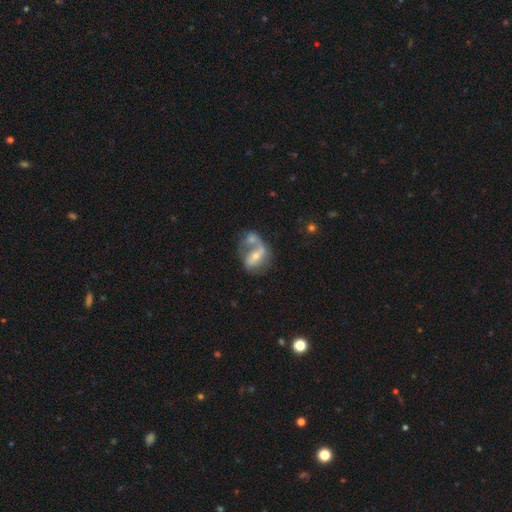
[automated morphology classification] Q: Smooth or featured?
A: featured or disk (64%); runner-up: smooth (27%)
Q: Edge-on disk?
A: no (95%); runner-up: yes (5%)
Q: Bar?
A: weak (37%); runner-up: no (35%)
Q: Spiral arms?
A: yes (68%); runner-up: no (32%)
Q: Bulge size?
A: moderate (49%); runner-up: small (43%)
Q: Merging?
A: merger (53%); runner-up: none (25%)